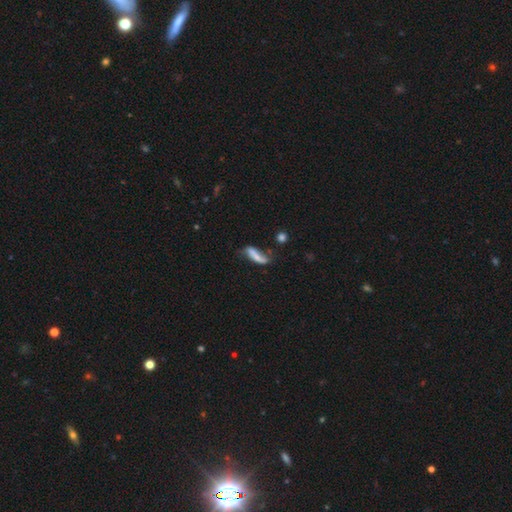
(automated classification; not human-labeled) Smooth or featured?
  - smooth: 49% *
  - featured or disk: 42%
  - star or artifact: 8%
Merging?
  - none: 44% *
  - minor disturbance: 29%
  - major disturbance: 17%
  - merger: 10%